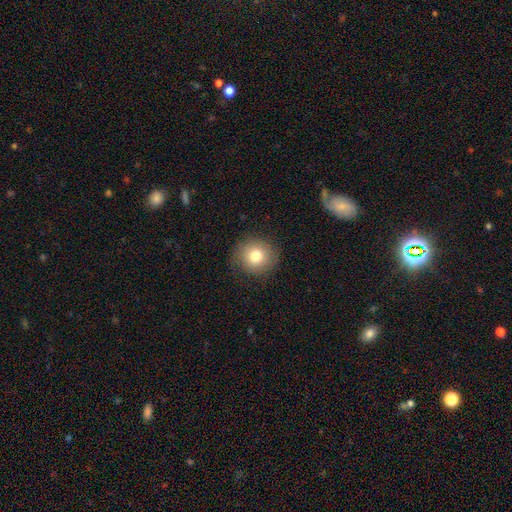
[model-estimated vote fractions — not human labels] smooth_or_featured: smooth (p=0.79) [alt: featured or disk p=0.11]
how_rounded: round (p=0.92) [alt: in between p=0.07]
merging: none (p=0.88) [alt: minor disturbance p=0.08]